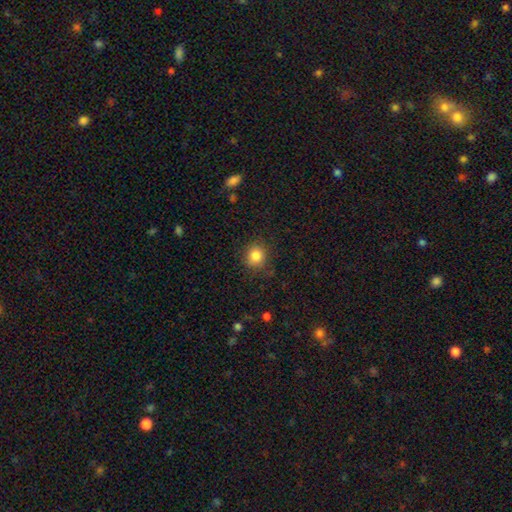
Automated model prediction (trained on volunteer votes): Smooth or featured? Predicted: smooth (p=0.84). How rounded? Predicted: round (p=0.84). Merging? Predicted: none (p=0.84).